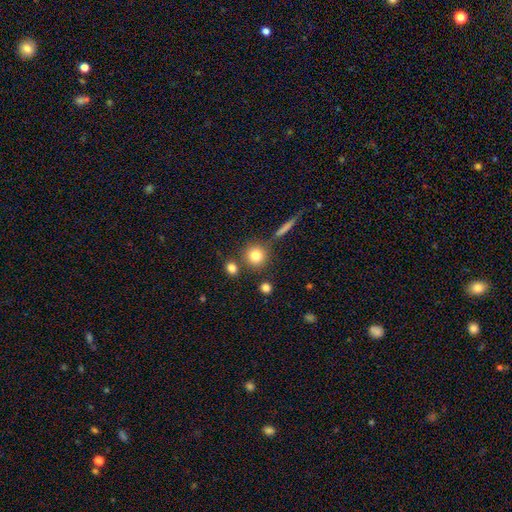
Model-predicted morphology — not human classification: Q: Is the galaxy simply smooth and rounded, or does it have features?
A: smooth — 80%.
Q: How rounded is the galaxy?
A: round — 89%.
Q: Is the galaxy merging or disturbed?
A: none — 77%.